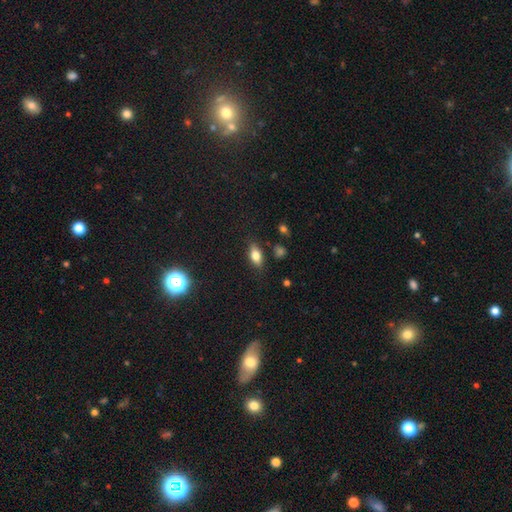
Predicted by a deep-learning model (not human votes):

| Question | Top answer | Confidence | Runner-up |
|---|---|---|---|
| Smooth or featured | smooth | 72% | featured or disk (19%) |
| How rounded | in between | 82% | cigar-shaped (12%) |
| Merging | none | 82% | minor disturbance (13%) |